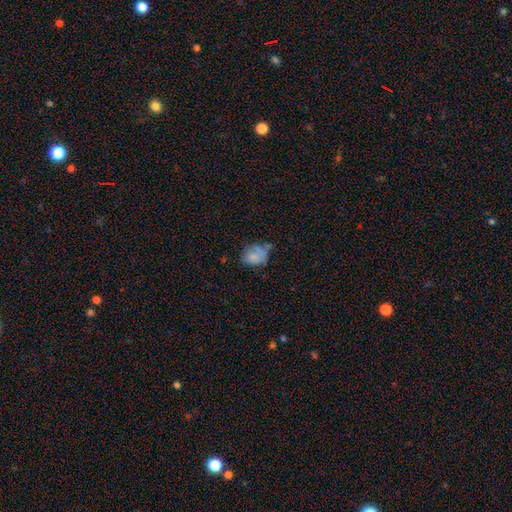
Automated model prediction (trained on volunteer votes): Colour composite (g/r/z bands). It shows a smooth galaxy with no disk features (70%) that is in between round and cigar-shaped (58%). Merging: none (40%).